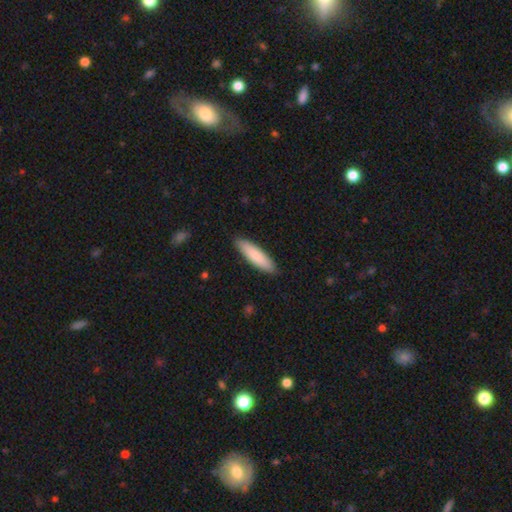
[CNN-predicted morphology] Smooth or featured: smooth — 84% (featured or disk — 11%)
How rounded: cigar-shaped — 66% (in between — 33%)
Merging: none — 89% (minor disturbance — 8%)